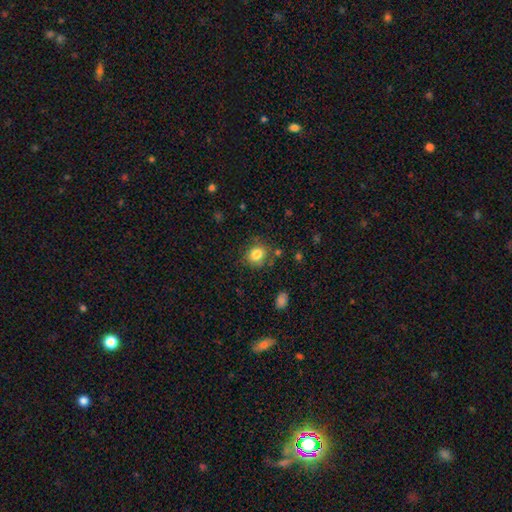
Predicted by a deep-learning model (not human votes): smooth 82%, star or artifact 10%, featured or disk 8%. Down the decision tree: how rounded — round (64%); merging — none (76%).